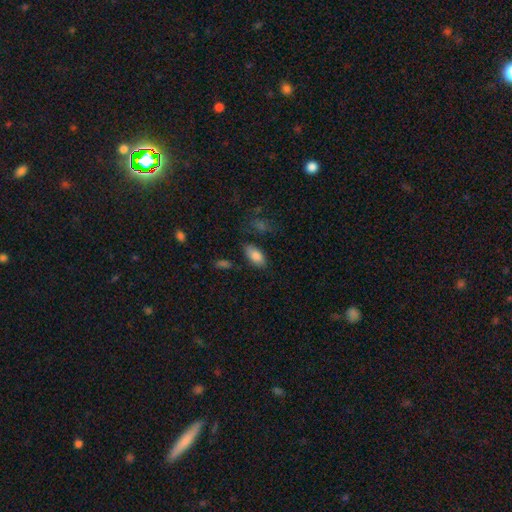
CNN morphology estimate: smooth-or-featured: smooth: 84% | featured or disk: 8% | star or artifact: 8%
  how-rounded: in between: 92% | cigar-shaped: 6% | round: 3%
  merging: none: 75% | minor disturbance: 17% | major disturbance: 5% | merger: 3%